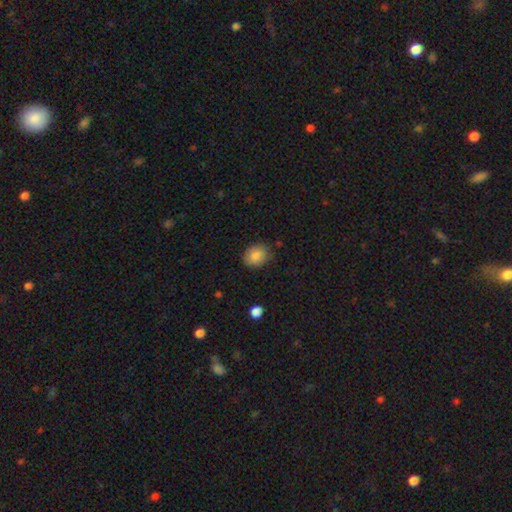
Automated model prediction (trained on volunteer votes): Q: Smooth or featured?
A: smooth (86%); runner-up: star or artifact (8%)
Q: How rounded?
A: round (51%); runner-up: in between (48%)
Q: Merging?
A: none (80%); runner-up: minor disturbance (15%)